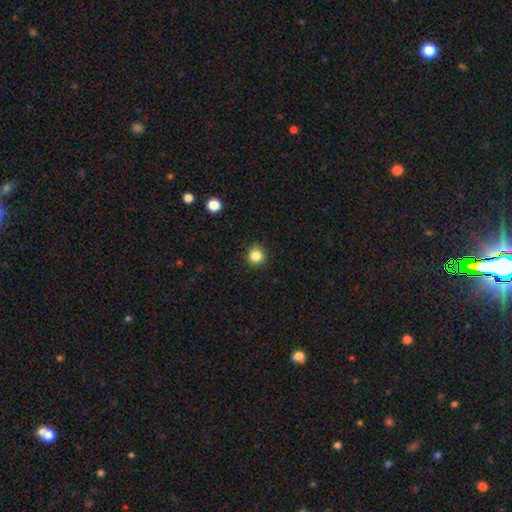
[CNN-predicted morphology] Smooth or featured?
  - smooth: 84% *
  - star or artifact: 11%
  - featured or disk: 4%
How rounded?
  - round: 94% *
  - in between: 6%
  - cigar-shaped: 1%
Merging?
  - none: 89% *
  - minor disturbance: 8%
  - major disturbance: 2%
  - merger: 1%